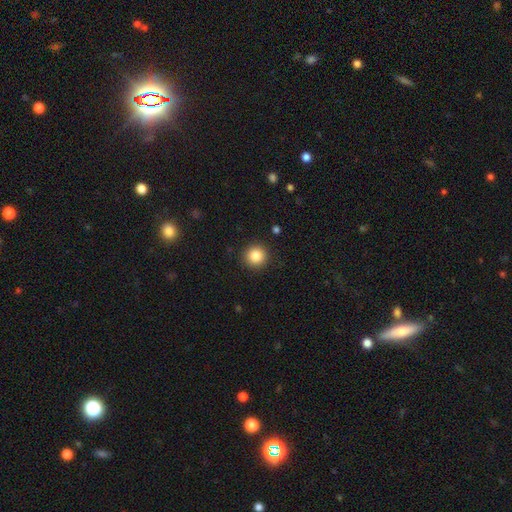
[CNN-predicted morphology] A smooth galaxy with no disk features (85%) that is round (95%). Merging: none (92%).